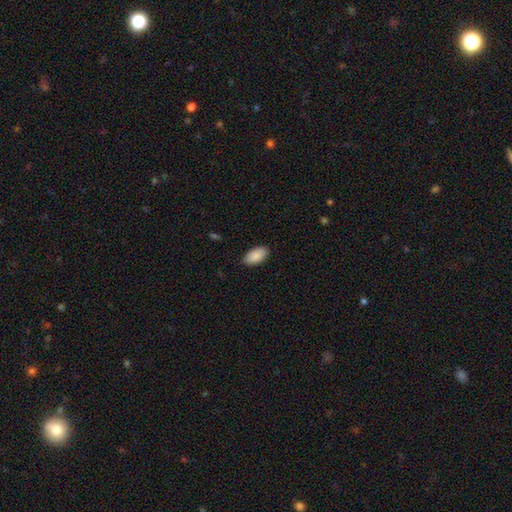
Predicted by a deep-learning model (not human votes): smooth-or-featured: smooth: 89% | star or artifact: 6% | featured or disk: 5%
  how-rounded: in between: 95% | cigar-shaped: 3% | round: 2%
  merging: none: 88% | minor disturbance: 10% | major disturbance: 2% | merger: 1%